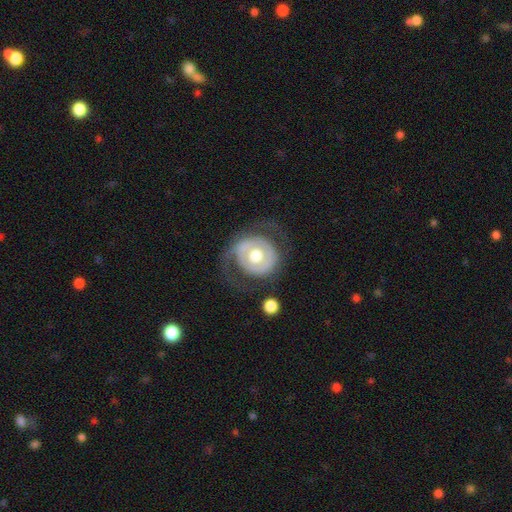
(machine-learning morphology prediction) Overall: featured or disk (62%; smooth 33%). Edge-on disk: no (96%). Bar: no (76%). Spiral arms: no (62%; yes 38%). Bulge size: moderate (66%; large 26%). Merging: none (64%).